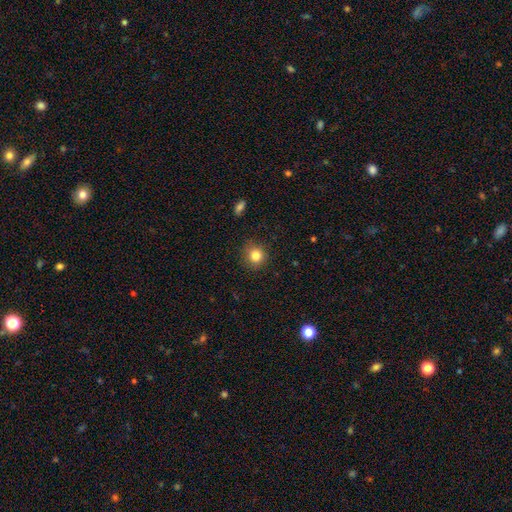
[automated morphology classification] A smooth galaxy with no disk features (82%) that is round (89%). Merging: none (87%).